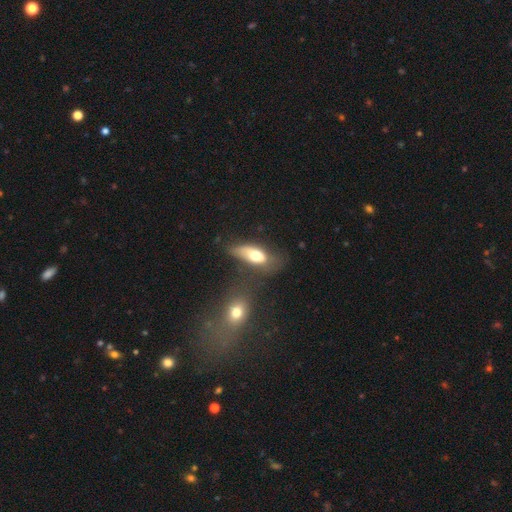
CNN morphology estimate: A smooth galaxy with no disk features (65%) that is in between round and cigar-shaped (81%). Merging: none (32%).